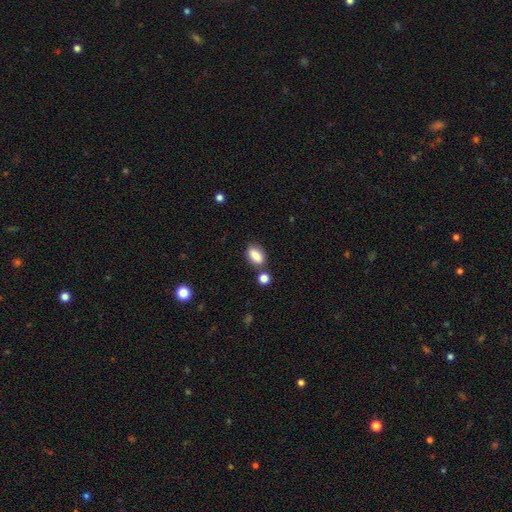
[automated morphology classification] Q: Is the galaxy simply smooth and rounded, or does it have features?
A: smooth — 86%.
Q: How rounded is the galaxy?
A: in between — 87%.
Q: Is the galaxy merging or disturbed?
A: none — 73%.